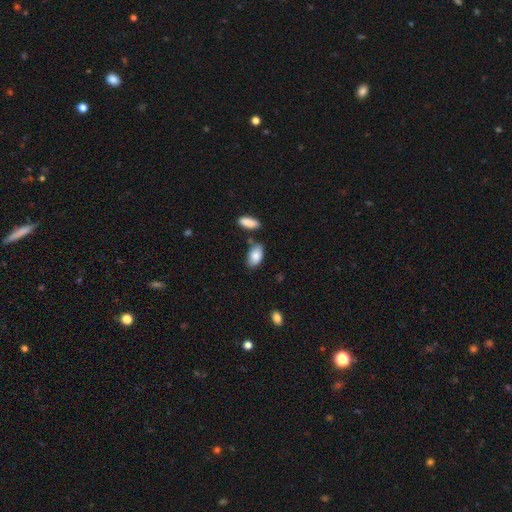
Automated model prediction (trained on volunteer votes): Smooth or featured? smooth (85%)
How rounded? in between (93%)
Merging? none (70%)